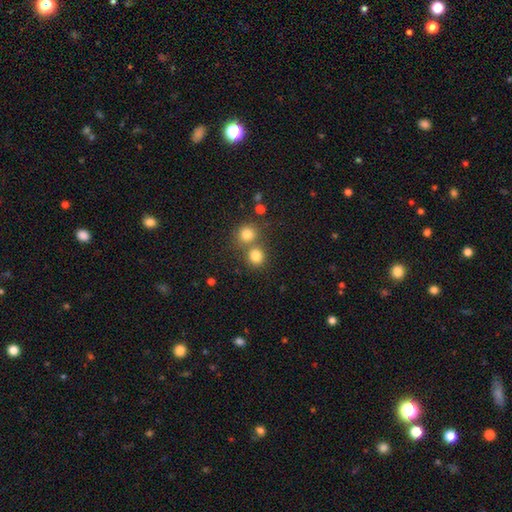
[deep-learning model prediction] Smooth or featured?
  - smooth: 80% *
  - star or artifact: 13%
  - featured or disk: 7%
How rounded?
  - round: 84% *
  - in between: 15%
  - cigar-shaped: 1%
Merging?
  - none: 57% *
  - merger: 33%
  - minor disturbance: 7%
  - major disturbance: 3%